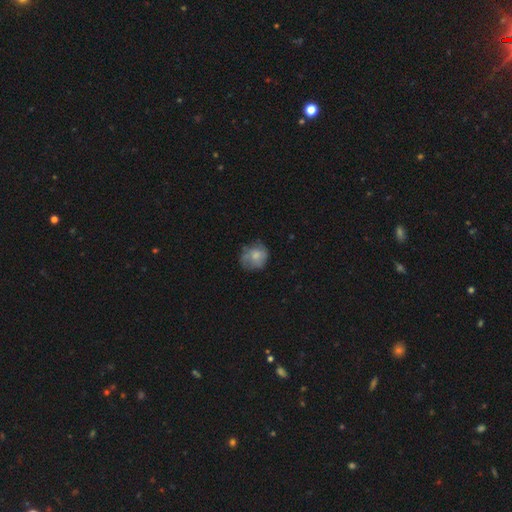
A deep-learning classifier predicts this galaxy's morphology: The model was most divided on "merging": none: 60%, minor disturbance: 27%, major disturbance: 11%, merger: 2%. More confident: how rounded — round (73%); smooth or featured — smooth (66%).